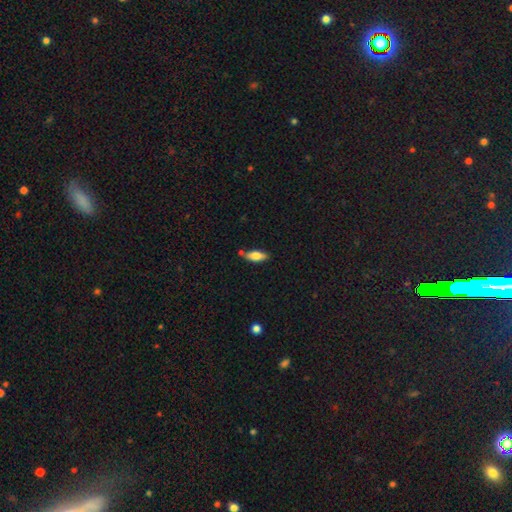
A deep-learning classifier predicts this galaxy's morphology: Smooth or featured: smooth — 74% (featured or disk — 19%)
How rounded: in between — 72% (cigar-shaped — 26%)
Merging: none — 70% (minor disturbance — 18%)